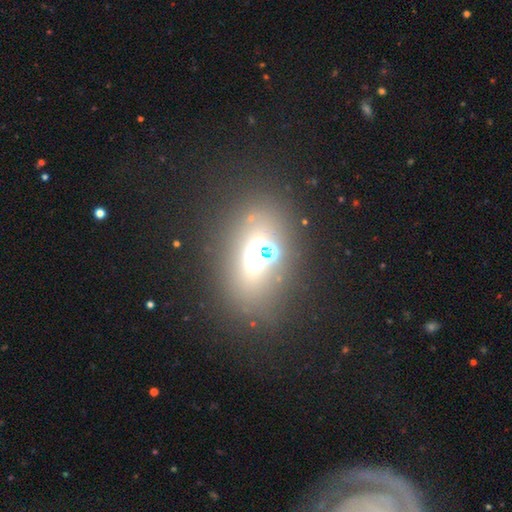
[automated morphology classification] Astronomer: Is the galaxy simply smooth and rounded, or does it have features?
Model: star or artifact — 39% (runner-up: smooth, 38%).